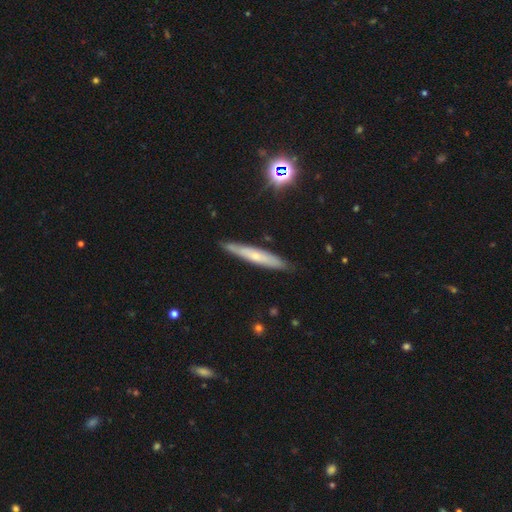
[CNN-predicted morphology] type=featured or disk (48%); merging=none (85%).